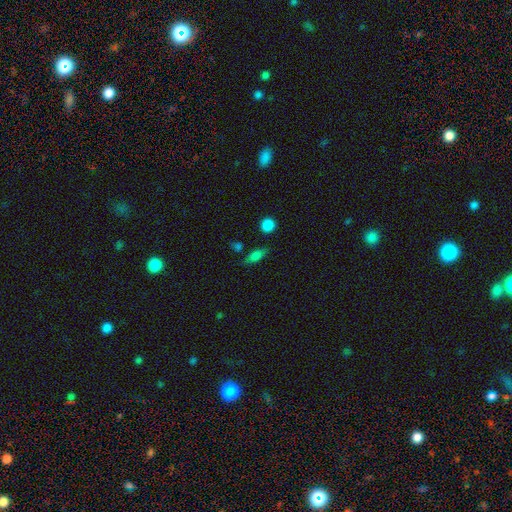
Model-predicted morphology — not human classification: This is likely a smooth galaxy (70%). How rounded: possibly in between (60%). Merging: likely none (75%).